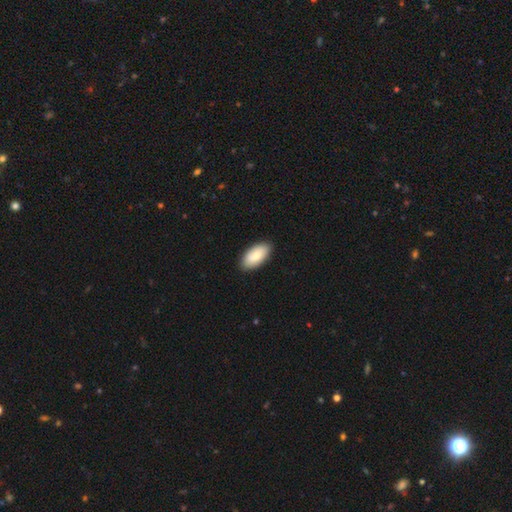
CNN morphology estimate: Overall: smooth (82%). How rounded: in between (94%). Merging: none (89%).